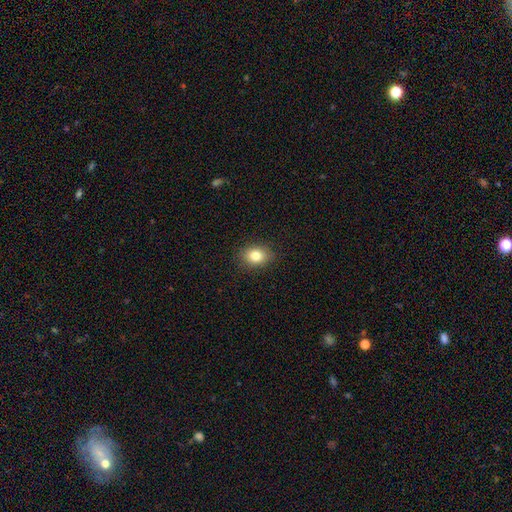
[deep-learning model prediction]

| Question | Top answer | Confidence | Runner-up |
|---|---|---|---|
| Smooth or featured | smooth | 81% | star or artifact (11%) |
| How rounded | in between | 58% | round (41%) |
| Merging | none | 88% | minor disturbance (9%) |